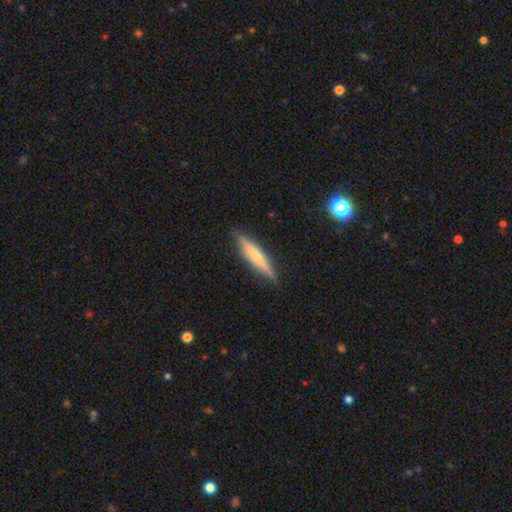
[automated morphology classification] The model was most divided on "smooth or featured": smooth: 49%, featured or disk: 44%, star or artifact: 6%. More confident: merging — none (89%).